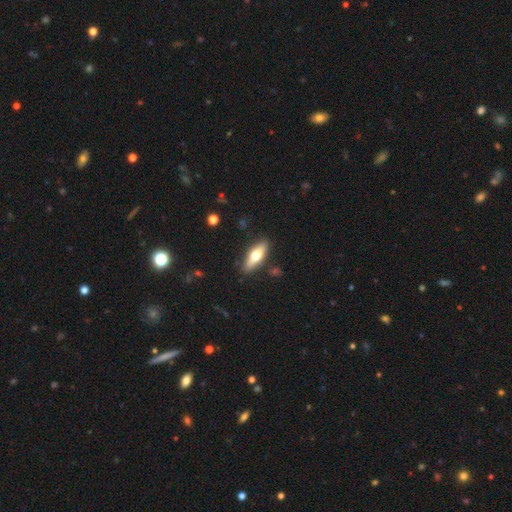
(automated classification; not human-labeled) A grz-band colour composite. It shows a smooth galaxy with no disk features (60%) that is in between round and cigar-shaped (55%). Merging: none (86%).